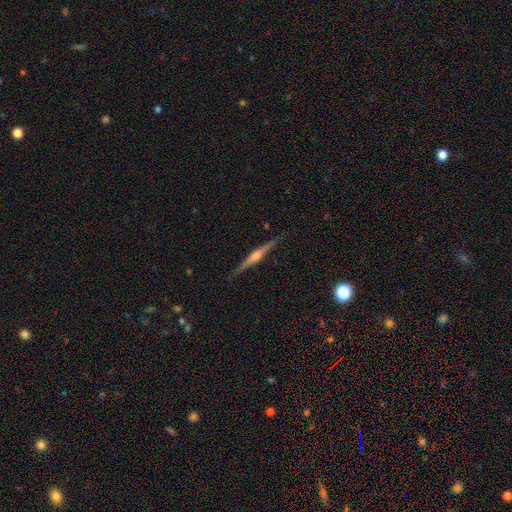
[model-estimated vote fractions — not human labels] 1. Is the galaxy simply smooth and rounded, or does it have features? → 85% featured or disk, 10% smooth, 5% star or artifact.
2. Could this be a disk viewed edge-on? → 99% yes, 1% no.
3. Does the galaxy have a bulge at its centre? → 88% rounded, 8% boxy, 4% none.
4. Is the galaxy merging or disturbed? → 91% none, 6% minor disturbance, 1% major disturbance, 1% merger.